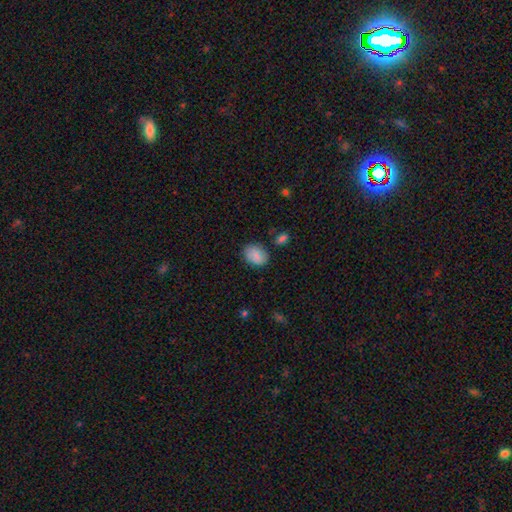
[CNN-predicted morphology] Smooth or featured? Predicted: smooth (p=0.82). How rounded? Predicted: in between (p=0.69). Merging? Predicted: none (p=0.79).